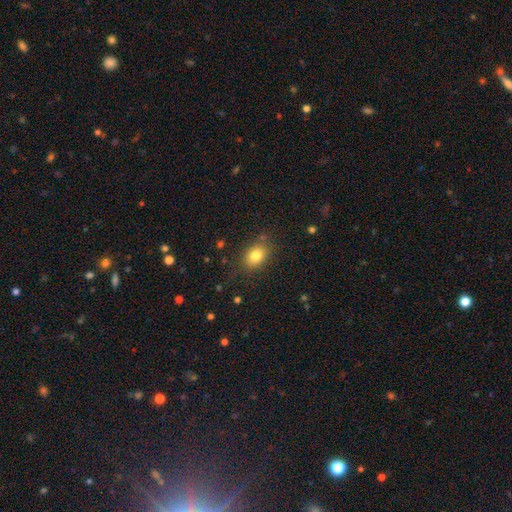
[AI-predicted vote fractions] A smooth galaxy with no disk features (80%) that is in between round and cigar-shaped (67%).

Vote fractions:
- Smooth or featured? smooth: 80% / star or artifact: 11% / featured or disk: 9%
- How rounded? in between: 67% / round: 32% / cigar-shaped: 1%
- Merging? none: 81% / minor disturbance: 13% / major disturbance: 4% / merger: 2%